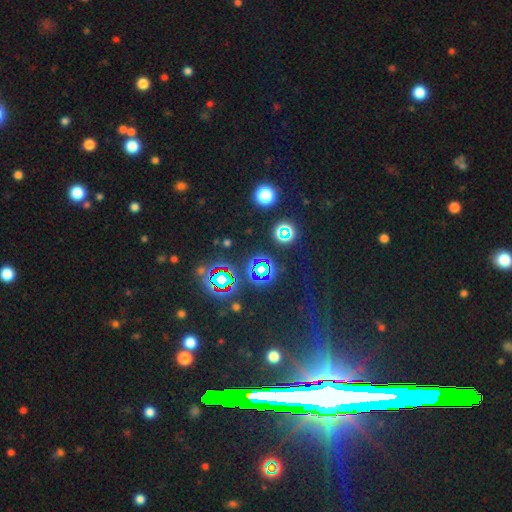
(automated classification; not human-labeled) Smooth or featured? star or artifact (77%)